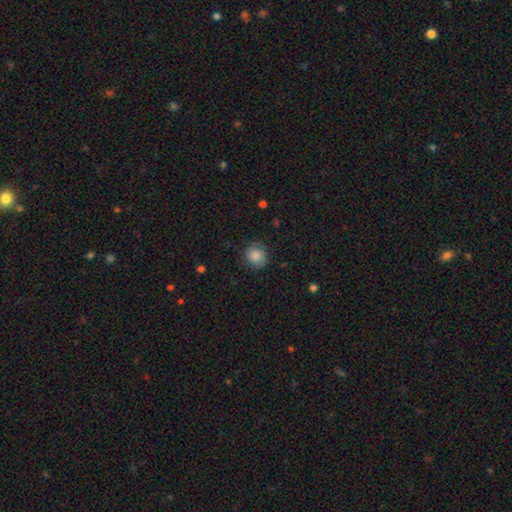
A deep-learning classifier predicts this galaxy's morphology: smooth_or_featured: smooth (p=0.76) [alt: featured or disk p=0.16]
how_rounded: round (p=0.87) [alt: in between p=0.12]
merging: none (p=0.77) [alt: minor disturbance p=0.16]